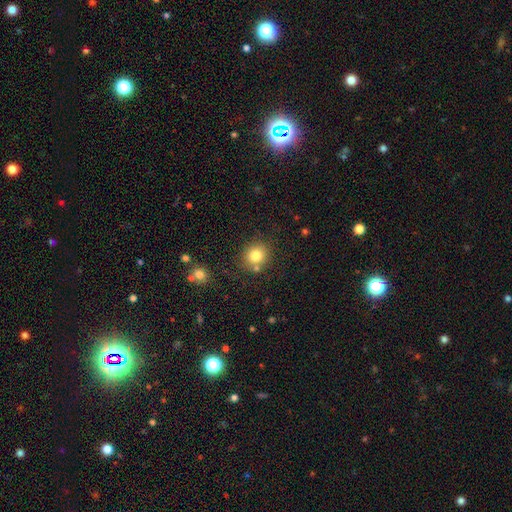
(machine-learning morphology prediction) Q: Smooth or featured?
A: smooth (80%); runner-up: star or artifact (12%)
Q: How rounded?
A: round (84%); runner-up: in between (16%)
Q: Merging?
A: none (78%); runner-up: minor disturbance (10%)